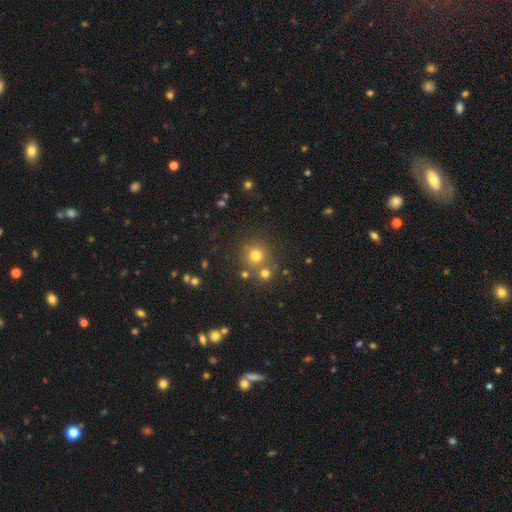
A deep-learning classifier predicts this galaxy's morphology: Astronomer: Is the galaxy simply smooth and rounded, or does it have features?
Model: smooth — 71%.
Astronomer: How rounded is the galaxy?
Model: round — 93%.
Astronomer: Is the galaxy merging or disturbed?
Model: none — 71%.